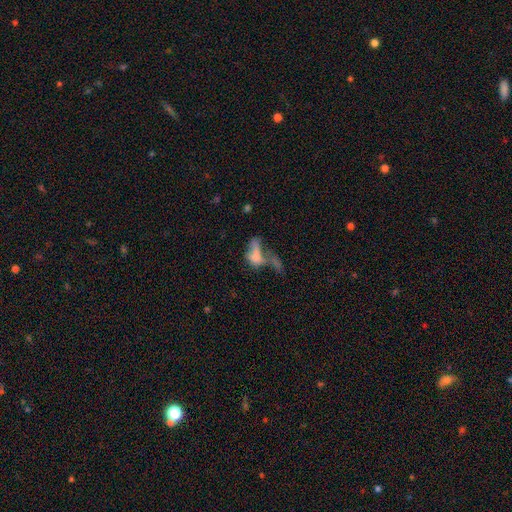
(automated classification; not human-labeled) Smooth or featured: smooth — 51% (featured or disk — 34%)
How rounded: in between — 77% (cigar-shaped — 13%)
Merging: merger — 47% (major disturbance — 31%)